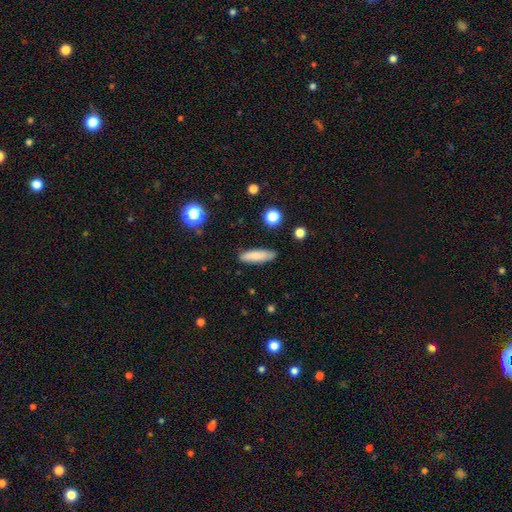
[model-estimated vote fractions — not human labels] Smooth or featured? Predicted: smooth (p=0.80). How rounded? Predicted: cigar-shaped (p=0.63). Merging? Predicted: none (p=0.85).